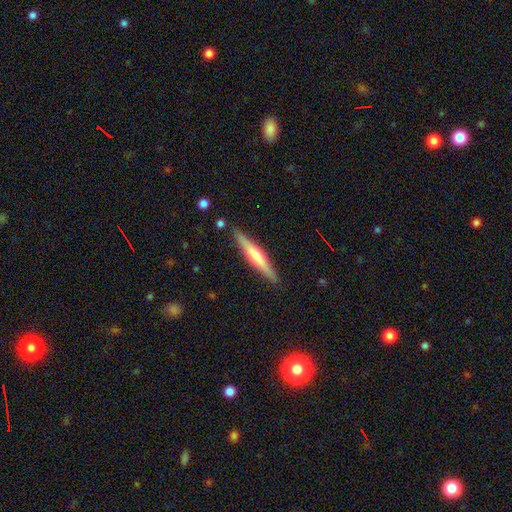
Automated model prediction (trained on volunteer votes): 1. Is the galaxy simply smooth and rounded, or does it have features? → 58% featured or disk, 37% smooth, 6% star or artifact.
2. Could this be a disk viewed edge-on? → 97% yes, 3% no.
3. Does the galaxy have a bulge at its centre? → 73% rounded, 17% none, 11% boxy.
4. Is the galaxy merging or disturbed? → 90% none, 7% minor disturbance, 1% merger, 1% major disturbance.